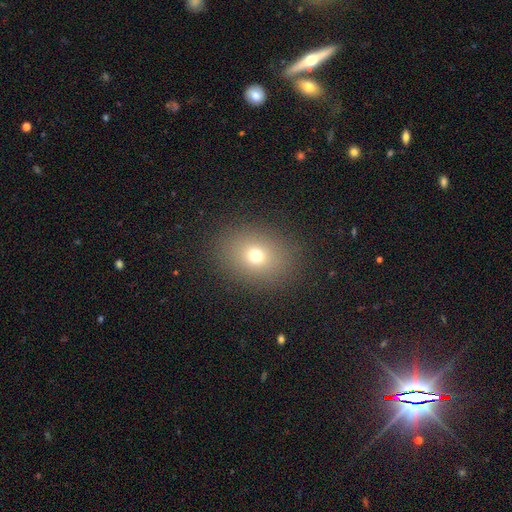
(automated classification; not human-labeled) This appears to be a smooth galaxy with no disk features (71%) that is in between round and cigar-shaped (51%). Merging: none (87%).